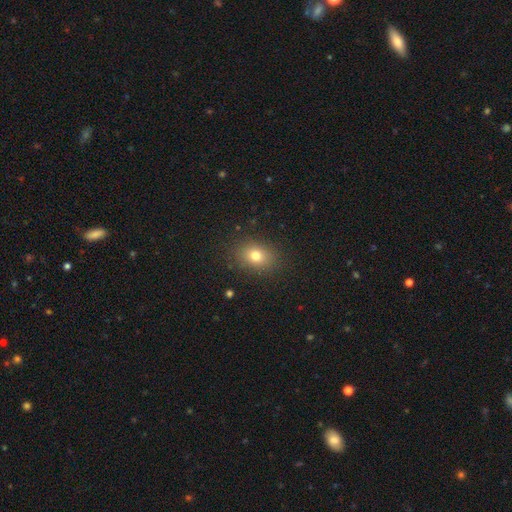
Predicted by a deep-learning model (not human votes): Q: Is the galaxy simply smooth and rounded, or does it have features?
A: smooth — 77%.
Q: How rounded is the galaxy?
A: in between — 58%.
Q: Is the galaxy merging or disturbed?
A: none — 86%.